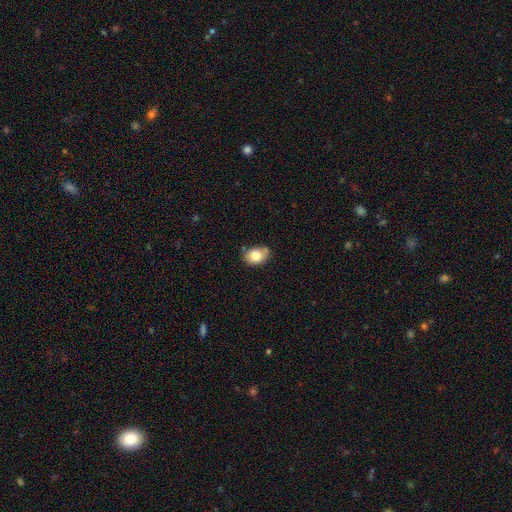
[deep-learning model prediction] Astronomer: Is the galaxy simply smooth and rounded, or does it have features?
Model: smooth — 79%.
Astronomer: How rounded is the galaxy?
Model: in between — 75%.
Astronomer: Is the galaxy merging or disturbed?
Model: none — 58%.